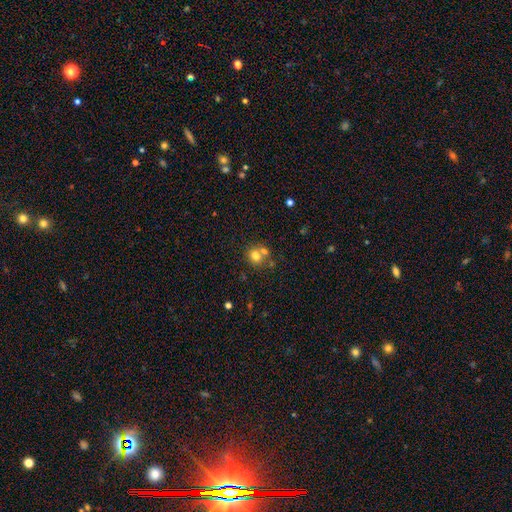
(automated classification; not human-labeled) Smooth or featured: smooth — 73% (star or artifact — 14%)
How rounded: round — 80% (in between — 19%)
Merging: none — 52% (merger — 35%)